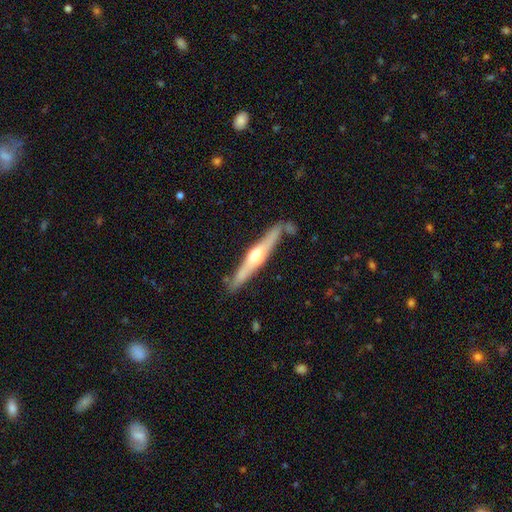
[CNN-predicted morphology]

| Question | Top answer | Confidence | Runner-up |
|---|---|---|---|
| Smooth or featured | featured or disk | 69% | smooth (27%) |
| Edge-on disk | yes | 96% | no (4%) |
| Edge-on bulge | rounded | 88% | boxy (6%) |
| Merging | none | 79% | minor disturbance (14%) |